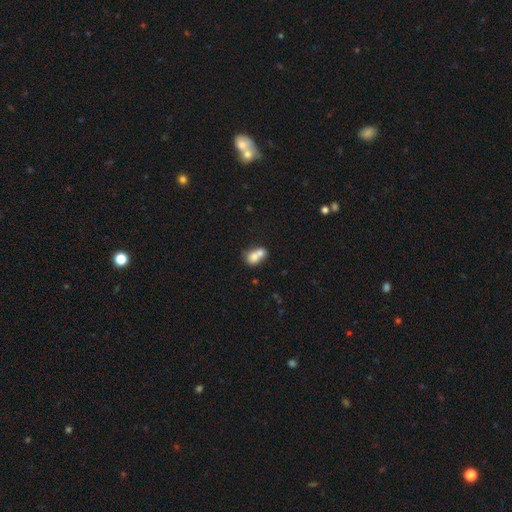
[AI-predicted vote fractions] Overall: smooth (72%). How rounded: round (49%, tied with in between). Merging: merger (69%).